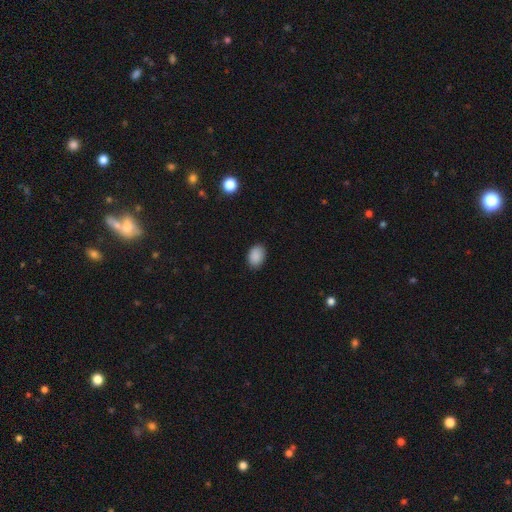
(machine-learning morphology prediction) smooth-or-featured: smooth: 89% | star or artifact: 8% | featured or disk: 3%
  how-rounded: in between: 77% | round: 22% | cigar-shaped: 1%
  merging: none: 86% | minor disturbance: 11% | major disturbance: 2% | merger: 1%